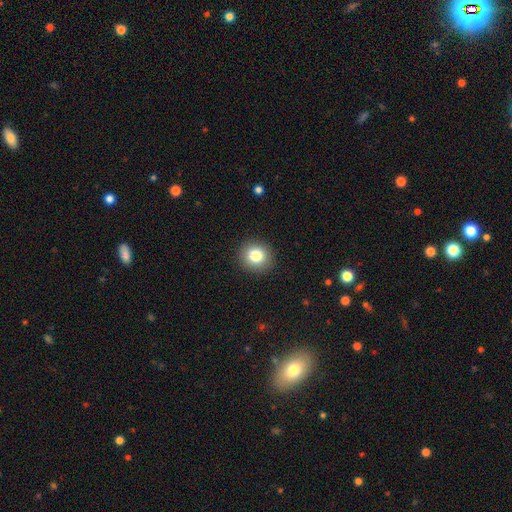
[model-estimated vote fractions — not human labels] Overall: smooth (82%). How rounded: round (87%). Merging: none (90%).